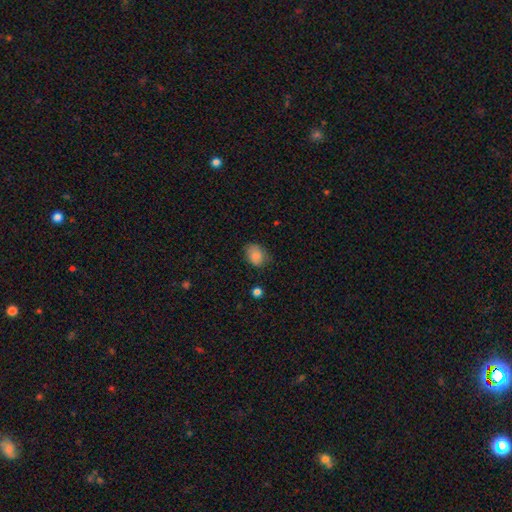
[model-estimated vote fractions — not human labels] Morphology: type=smooth (86%); roundness=in between (72%); merging=none (70%).